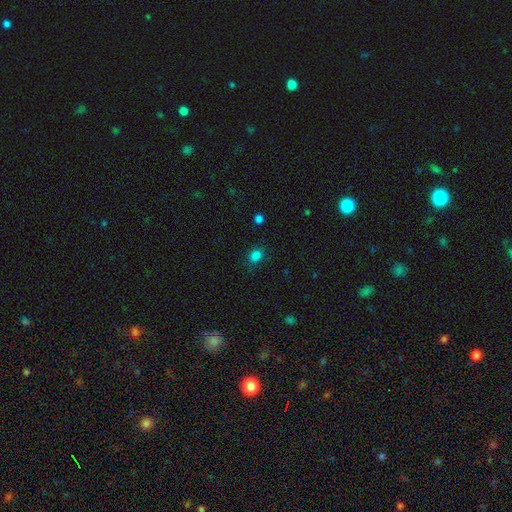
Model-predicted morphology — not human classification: Smooth or featured: smooth — 81% (star or artifact — 15%)
How rounded: round — 50% (in between — 49%)
Merging: none — 81% (minor disturbance — 13%)